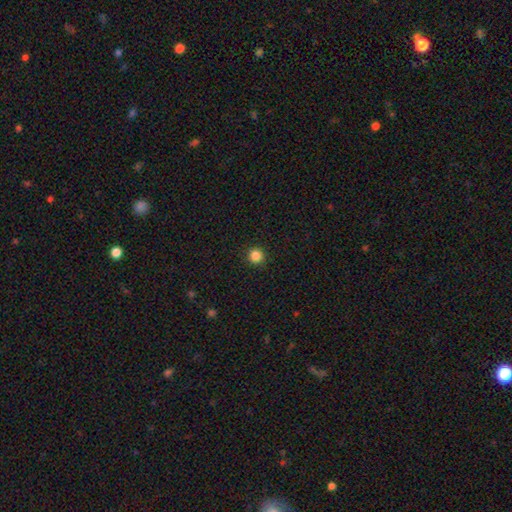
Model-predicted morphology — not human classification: Smooth or featured?
  - smooth: 85% *
  - star or artifact: 12%
  - featured or disk: 3%
How rounded?
  - round: 95% *
  - in between: 4%
  - cigar-shaped: 1%
Merging?
  - none: 92% *
  - minor disturbance: 5%
  - major disturbance: 2%
  - merger: 1%